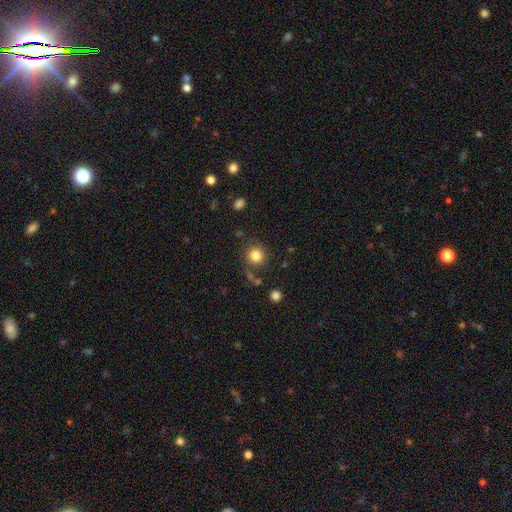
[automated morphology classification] This is clearly a smooth galaxy (83%). How rounded: clearly round (91%). Merging: clearly none (80%).